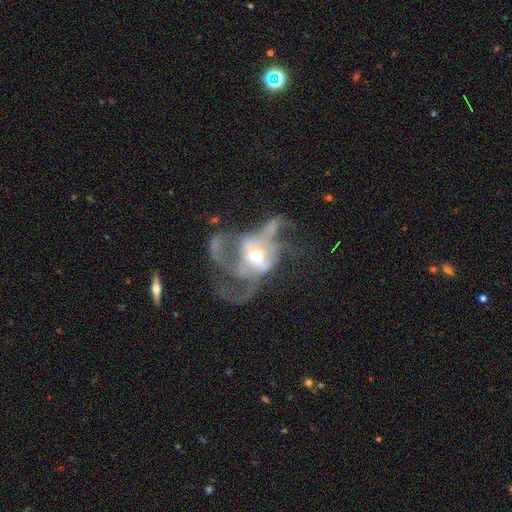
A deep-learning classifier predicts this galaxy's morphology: A featured or disk galaxy (71%) with no bar (67%), no spiral arms (54%) and a moderate central bulge (59%).

Vote fractions:
- Smooth or featured? featured or disk: 71% / smooth: 19% / star or artifact: 10%
- Edge-on disk? no: 95% / yes: 5%
- Bar? no: 67% / weak: 22% / strong: 11%
- Spiral arms? no: 54% / yes: 46%
- Bulge size? moderate: 59% / small: 29% / large: 8% / none: 2% / dominant: 2%
- Merging? major disturbance: 60% / merger: 17% / none: 15% / minor disturbance: 9%